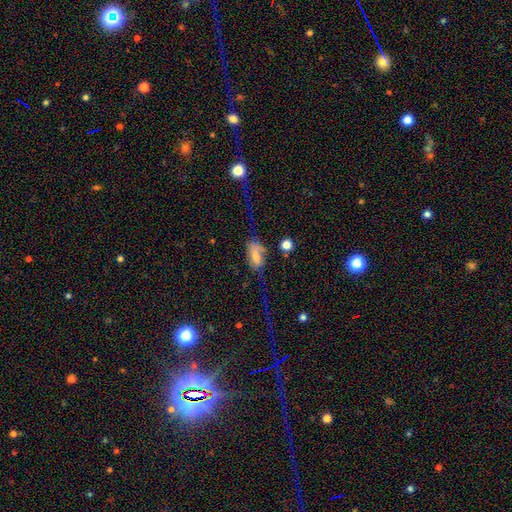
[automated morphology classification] type=smooth (60%); roundness=in between (87%); merging=none (40%).